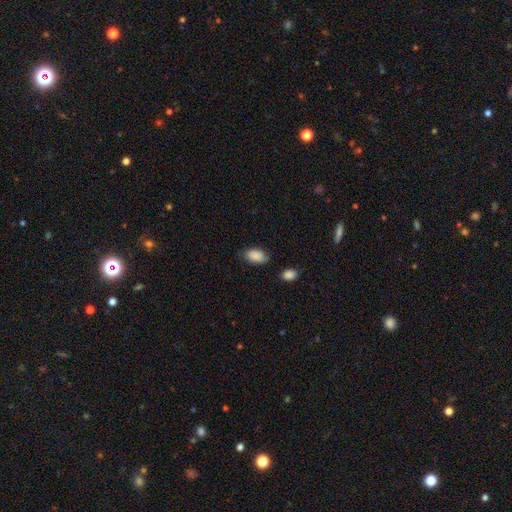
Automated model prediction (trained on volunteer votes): A smooth galaxy with no disk features (87%) that is in between round and cigar-shaped (92%). Merging: none (68%).